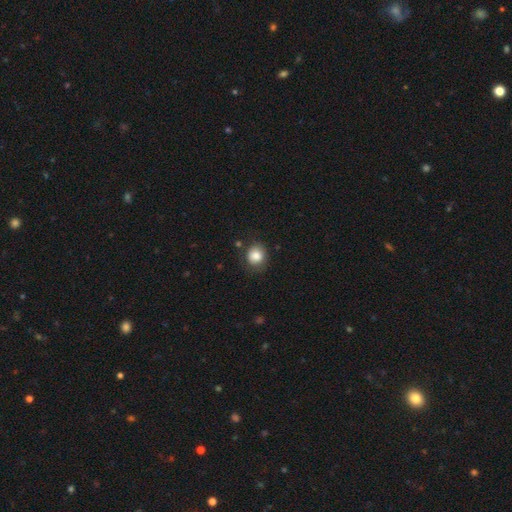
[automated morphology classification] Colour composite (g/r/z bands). It shows a smooth galaxy with no disk features (84%) that is round (76%). Merging: none (76%).